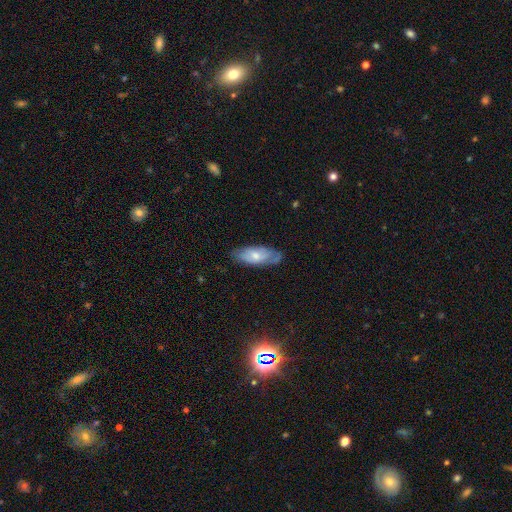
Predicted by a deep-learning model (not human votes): smooth_or_featured: smooth (p=0.61) [alt: featured or disk p=0.33]
how_rounded: in between (p=0.77) [alt: cigar-shaped p=0.21]
merging: none (p=0.68) [alt: minor disturbance p=0.25]